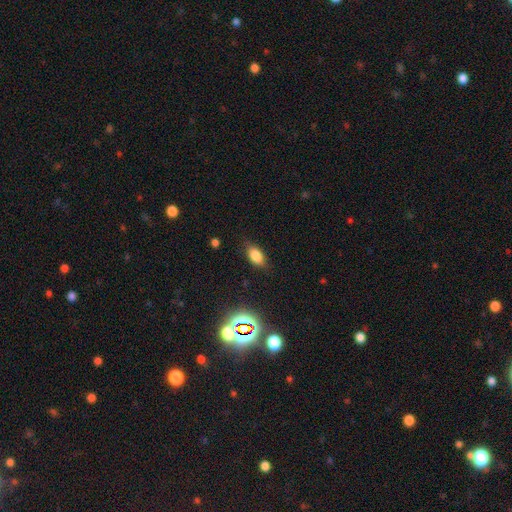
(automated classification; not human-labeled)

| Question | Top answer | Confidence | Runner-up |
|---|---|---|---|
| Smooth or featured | smooth | 80% | star or artifact (14%) |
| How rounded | in between | 89% | round (7%) |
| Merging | none | 82% | minor disturbance (13%) |